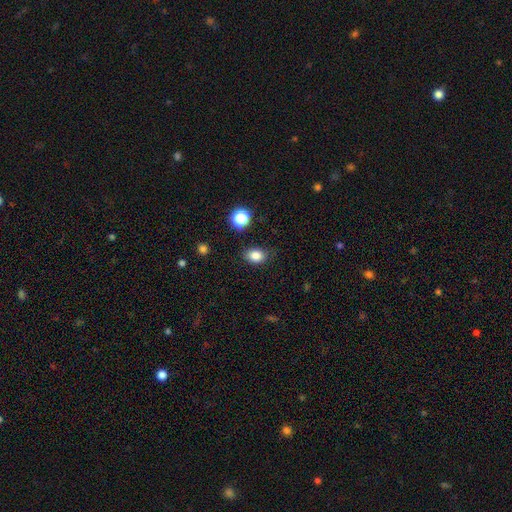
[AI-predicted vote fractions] The model was most divided on "how rounded": in between: 64%, round: 35%, cigar-shaped: 1%. More confident: smooth or featured — smooth (83%); merging — none (81%).